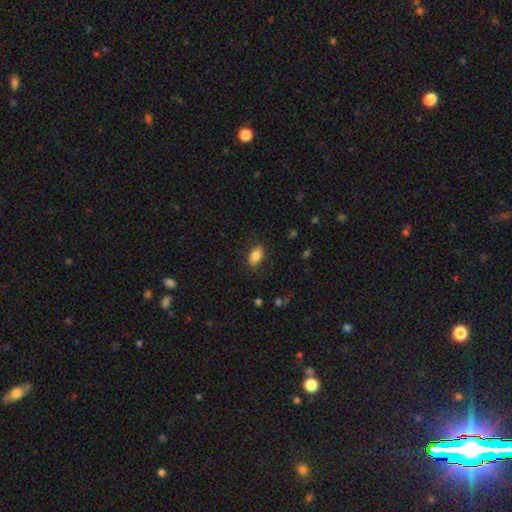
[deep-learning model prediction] smooth 83%, featured or disk 9%, star or artifact 8%. Down the decision tree: how rounded — in between (89%); merging — none (82%).